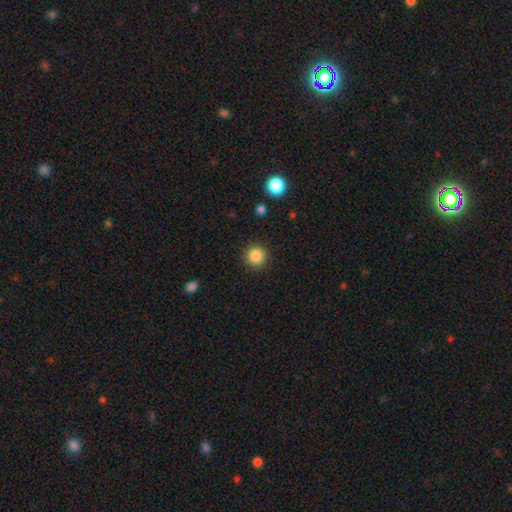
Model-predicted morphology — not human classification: smooth 86%, star or artifact 10%, featured or disk 4%. Down the decision tree: how rounded — round (95%); merging — none (91%).